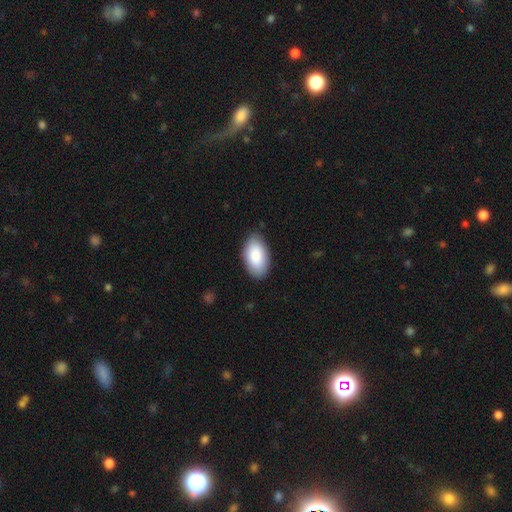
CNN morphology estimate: A smooth galaxy with no disk features (88%) that is in between round and cigar-shaped (95%).

Vote fractions:
- Smooth or featured? smooth: 88% / featured or disk: 7% / star or artifact: 6%
- How rounded? in between: 95% / round: 3% / cigar-shaped: 2%
- Merging? none: 85% / minor disturbance: 11% / major disturbance: 2% / merger: 1%